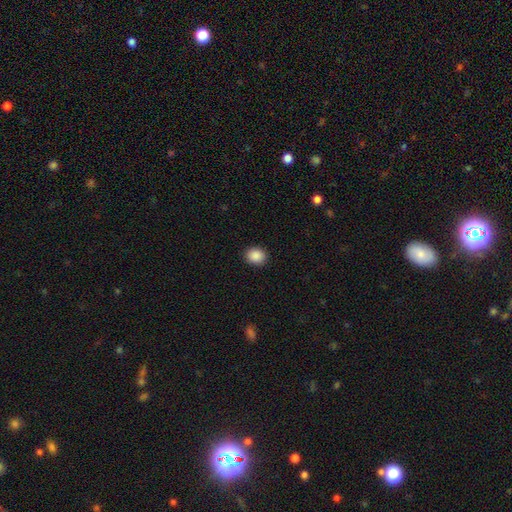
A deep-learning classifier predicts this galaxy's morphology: A smooth galaxy with no disk features (89%) that is round (62%). Merging: none (91%).